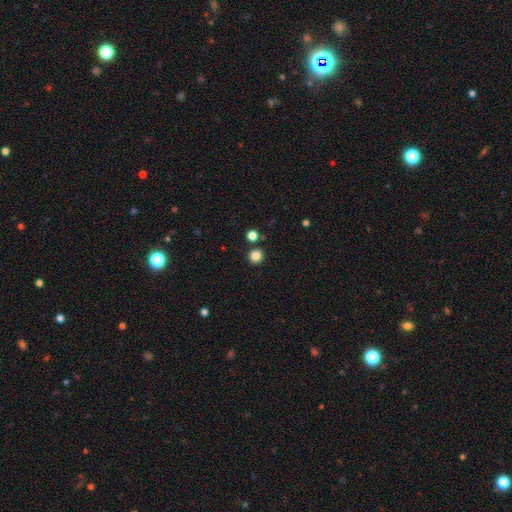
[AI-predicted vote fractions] Smooth or featured? Predicted: smooth (p=0.84). How rounded? Predicted: round (p=0.94). Merging? Predicted: none (p=0.87).